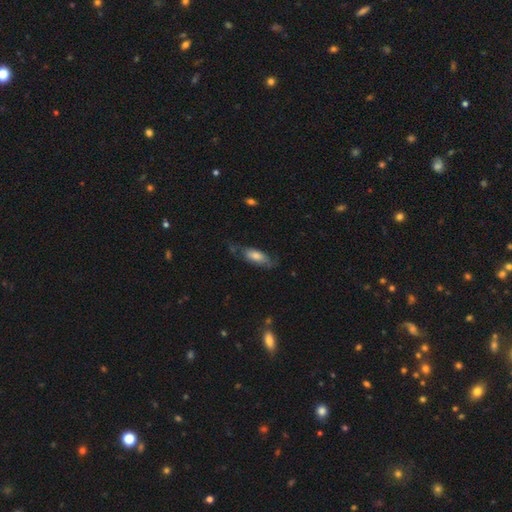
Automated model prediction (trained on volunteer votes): Overall: smooth (63%; featured or disk 30%). How rounded: in between (73%). Merging: none (55%; minor disturbance 28%).